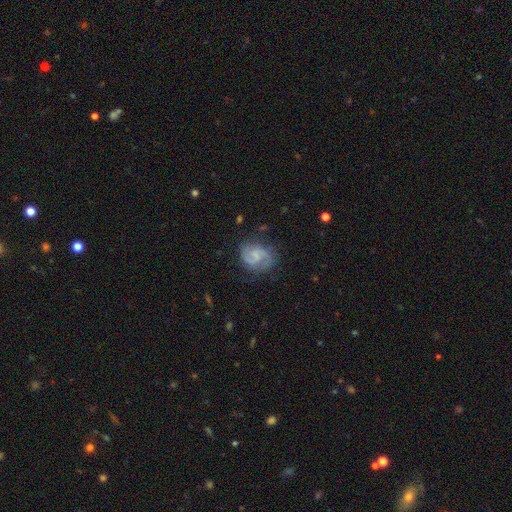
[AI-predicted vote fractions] This is likely a featured or disk galaxy (75%). It is clearly not viewed edge-on (98%). Bar: possibly weak (48%). Spiral arm pattern: clearly yes (93%). Spiral arm count: clearly 2 (84%). Spiral winding: possibly medium (51%). Central bulge: marginally none (40%). Merging: likely none (69%).